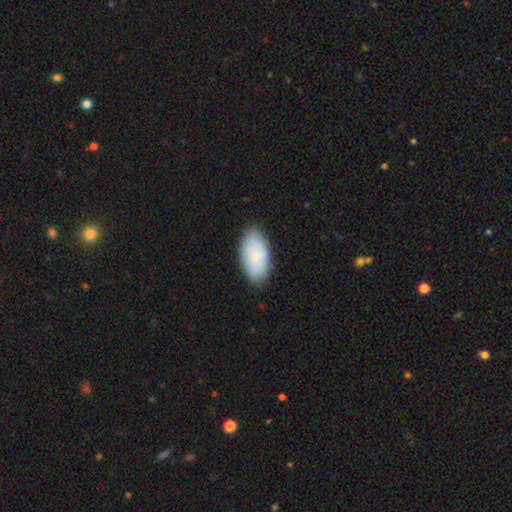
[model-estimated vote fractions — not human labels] smooth 79%, featured or disk 15%, star or artifact 6%. Down the decision tree: how rounded — in between (95%); merging — none (83%).